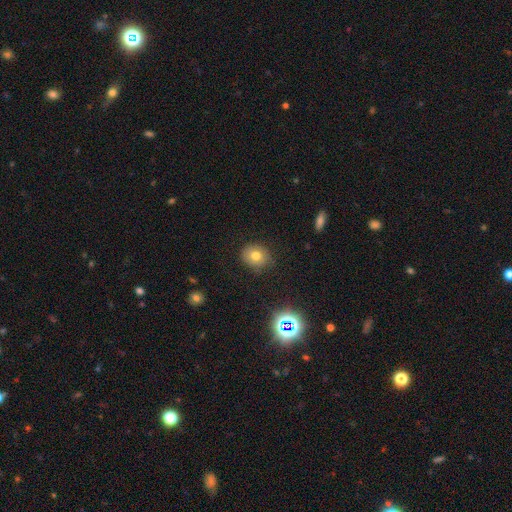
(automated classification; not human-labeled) smooth_or_featured: smooth (p=0.73) [alt: star or artifact p=0.15]
how_rounded: round (p=0.75) [alt: in between p=0.24]
merging: none (p=0.84) [alt: minor disturbance p=0.12]